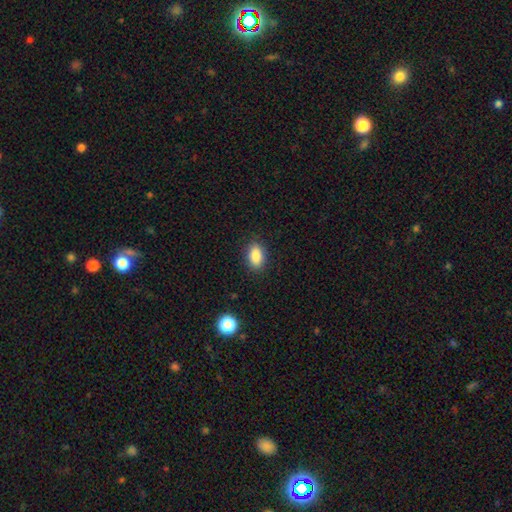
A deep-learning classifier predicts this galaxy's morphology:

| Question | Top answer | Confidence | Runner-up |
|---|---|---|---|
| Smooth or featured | smooth | 87% | star or artifact (8%) |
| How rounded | in between | 88% | round (9%) |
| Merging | none | 87% | minor disturbance (9%) |